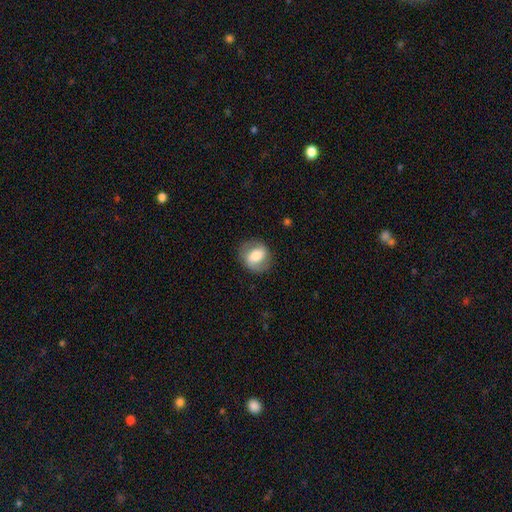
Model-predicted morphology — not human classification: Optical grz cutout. It shows a smooth galaxy with no disk features (51%) that is round (65%). Merging: none (80%).